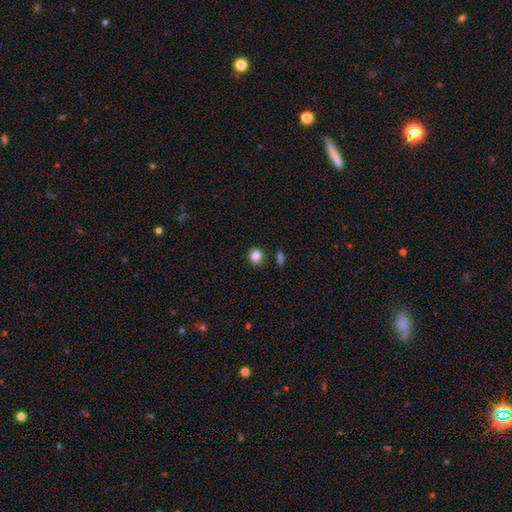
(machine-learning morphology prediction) Smooth or featured? Predicted: smooth (p=0.84). How rounded? Predicted: round (p=0.75). Merging? Predicted: none (p=0.83).